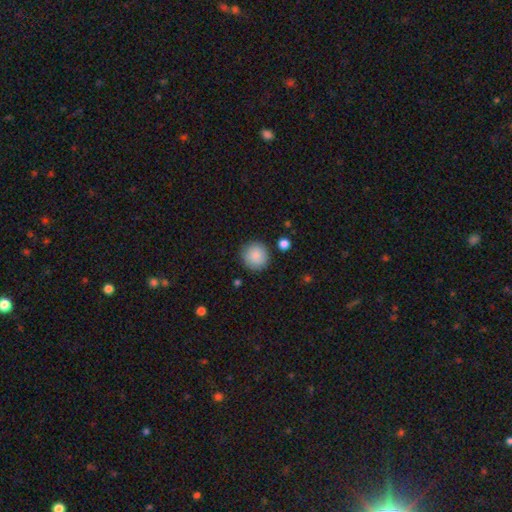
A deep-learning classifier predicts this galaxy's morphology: A smooth galaxy with no disk features (87%) that is round (94%). Merging: none (88%).